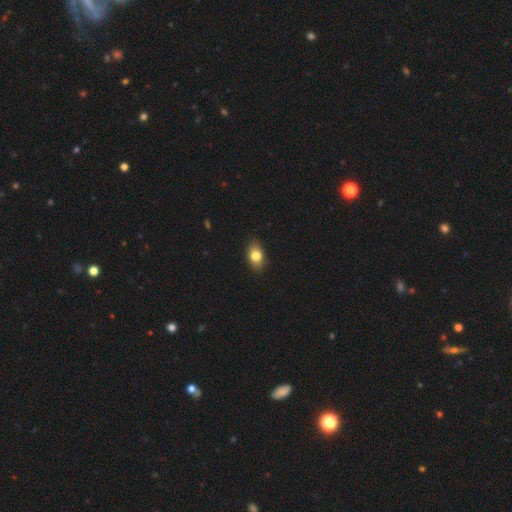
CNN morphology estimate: Smooth or featured?
  - smooth: 81% *
  - featured or disk: 11%
  - star or artifact: 9%
How rounded?
  - in between: 82% *
  - round: 16%
  - cigar-shaped: 2%
Merging?
  - none: 86% *
  - minor disturbance: 11%
  - major disturbance: 2%
  - merger: 1%